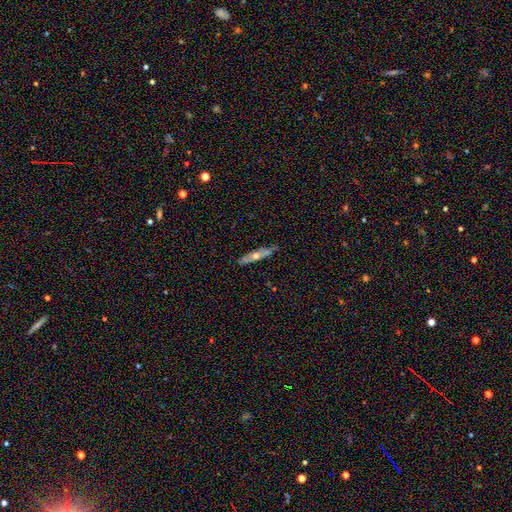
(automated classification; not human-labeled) Smooth or featured? featured or disk (49%)
Merging? none (77%)